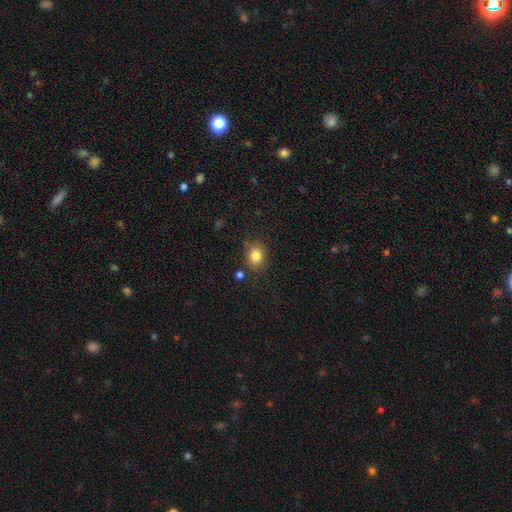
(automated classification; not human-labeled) Morphology: type=smooth (84%); roundness=round (50%); merging=none (79%).